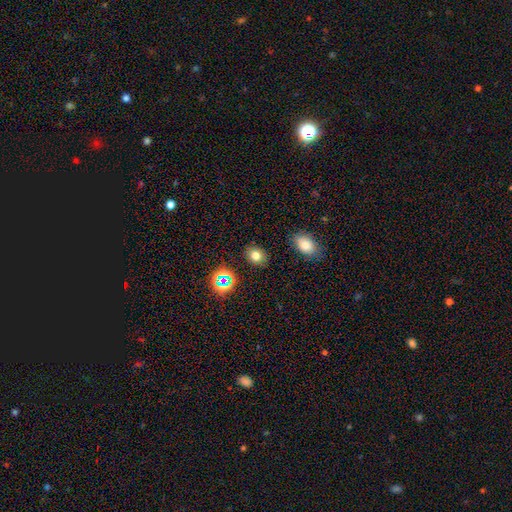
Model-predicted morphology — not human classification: This is likely a smooth galaxy (75%). How rounded: possibly round (52%). Merging: clearly none (87%).